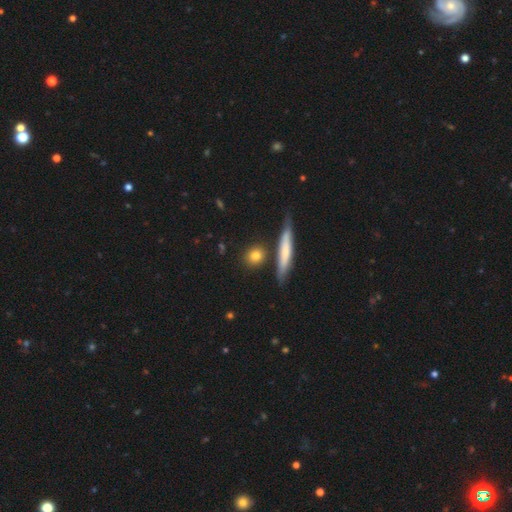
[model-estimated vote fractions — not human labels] A smooth galaxy with no disk features (78%) that is round (59%). Merging: none (80%).